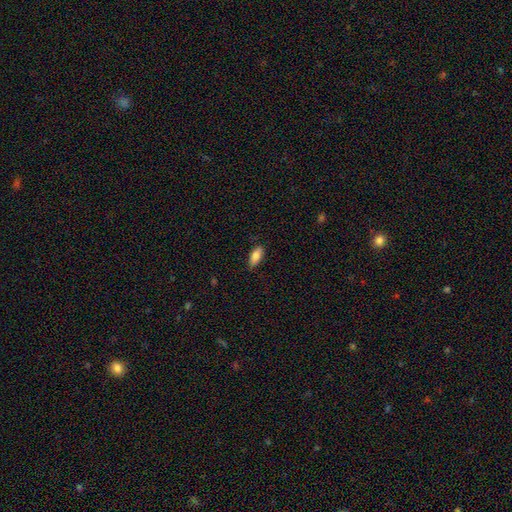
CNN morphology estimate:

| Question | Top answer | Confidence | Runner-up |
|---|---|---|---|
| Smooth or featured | smooth | 84% | featured or disk (9%) |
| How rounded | in between | 82% | cigar-shaped (16%) |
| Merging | none | 82% | minor disturbance (15%) |